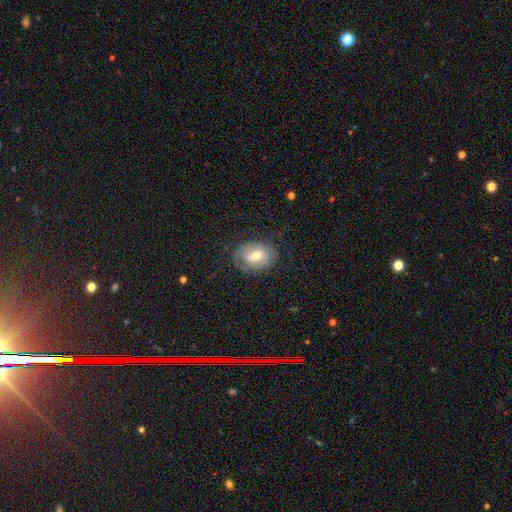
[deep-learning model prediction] Smooth or featured? Predicted: featured or disk (p=0.55). Edge-on disk? Predicted: no (p=0.95). Bar? Predicted: weak (p=0.47). Spiral arms? Predicted: yes (p=0.69). Bulge size? Predicted: moderate (p=0.62). Merging? Predicted: none (p=0.69).